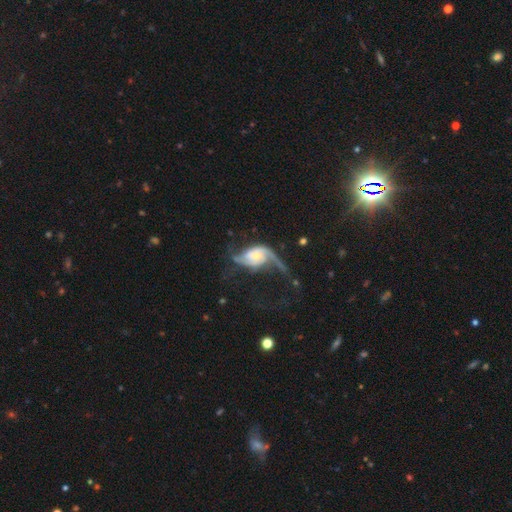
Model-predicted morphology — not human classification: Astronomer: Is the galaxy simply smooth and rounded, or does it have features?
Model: featured or disk — 82%.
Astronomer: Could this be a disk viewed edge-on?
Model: no — 96%.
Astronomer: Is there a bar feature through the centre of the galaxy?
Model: no — 58%.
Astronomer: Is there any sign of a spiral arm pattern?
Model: yes — 93%.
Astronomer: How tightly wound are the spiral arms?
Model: loose — 64%.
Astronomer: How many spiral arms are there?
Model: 2 — 74%.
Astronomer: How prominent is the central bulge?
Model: moderate — 50% (runner-up: small, 40%).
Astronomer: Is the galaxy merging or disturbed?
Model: major disturbance — 41% (runner-up: none, 35%).